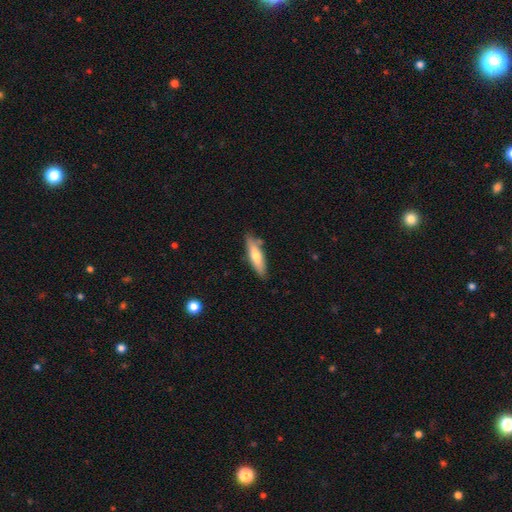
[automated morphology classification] The model was most divided on "smooth or featured": smooth: 60%, featured or disk: 35%, star or artifact: 6%. More confident: merging — none (81%); how rounded — cigar-shaped (70%).